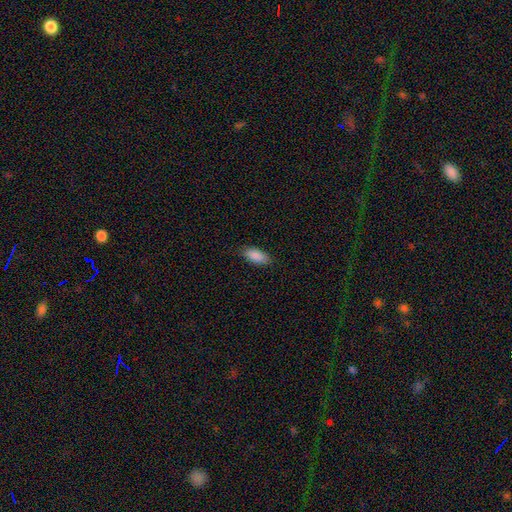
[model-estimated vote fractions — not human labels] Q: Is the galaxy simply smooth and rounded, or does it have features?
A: smooth — 90%.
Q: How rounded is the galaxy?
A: in between — 86%.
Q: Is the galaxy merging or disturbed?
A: none — 85%.